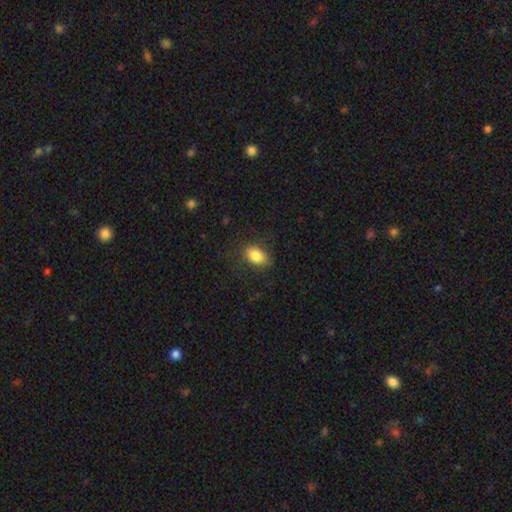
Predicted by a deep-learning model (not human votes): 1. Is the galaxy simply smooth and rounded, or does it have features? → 84% smooth, 8% star or artifact, 8% featured or disk.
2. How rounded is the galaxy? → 86% in between, 12% round, 2% cigar-shaped.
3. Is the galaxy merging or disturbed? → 79% none, 14% minor disturbance, 6% major disturbance, 1% merger.